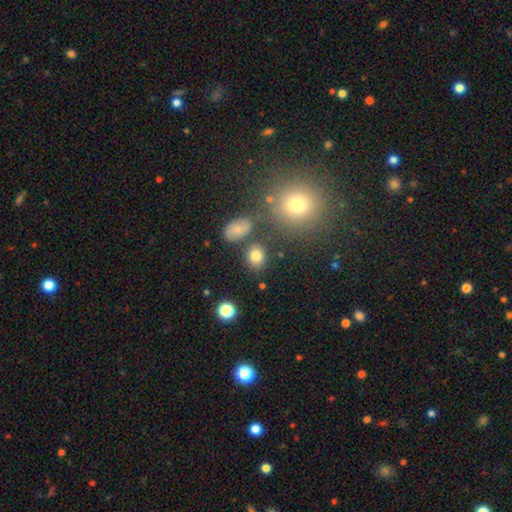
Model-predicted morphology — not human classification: A smooth galaxy with no disk features (79%) that is round (62%). Merging: none (79%).